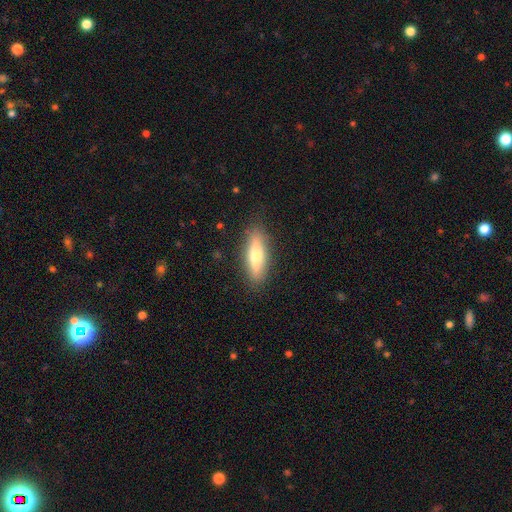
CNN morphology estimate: Overall: smooth (62%; featured or disk 31%). How rounded: cigar-shaped (61%; in between 37%). Merging: none (87%).